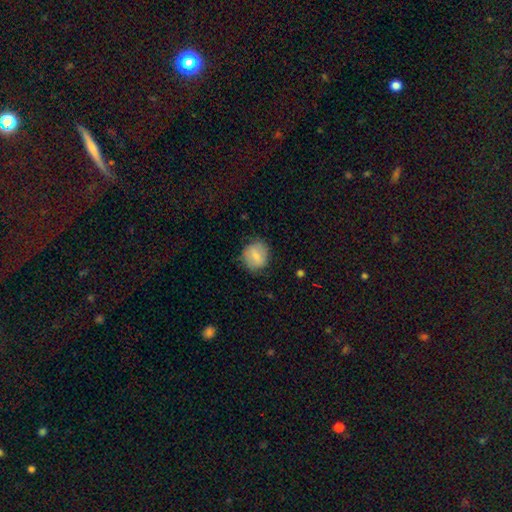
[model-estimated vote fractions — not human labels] This is likely a smooth galaxy (77%). How rounded: likely round (77%). Merging: likely none (77%).